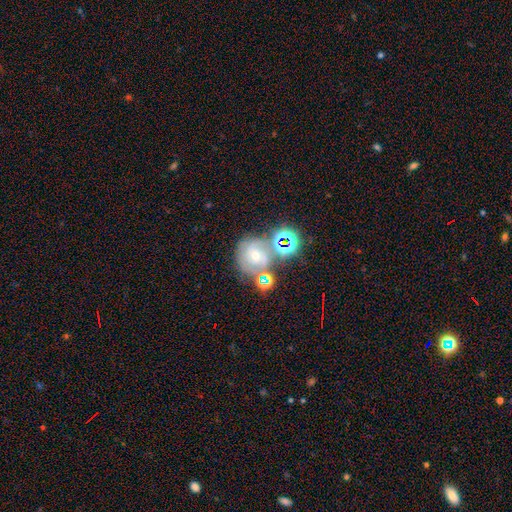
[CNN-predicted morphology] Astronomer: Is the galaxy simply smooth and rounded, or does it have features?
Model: featured or disk — 50% (runner-up: star or artifact, 29%).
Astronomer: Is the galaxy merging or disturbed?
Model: none — 45% (runner-up: merger, 28%).